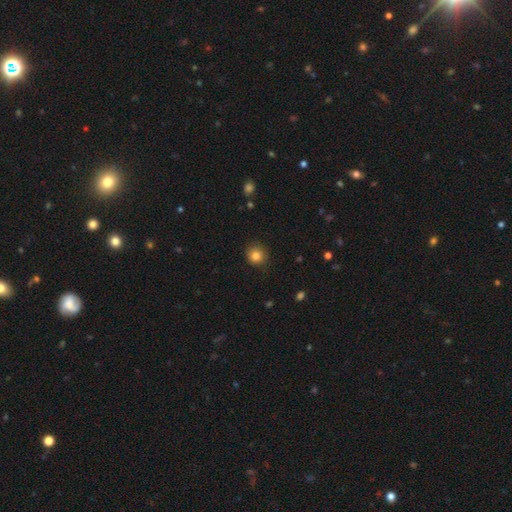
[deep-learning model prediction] This is clearly a smooth galaxy (84%). How rounded: clearly round (89%). Merging: clearly none (84%).